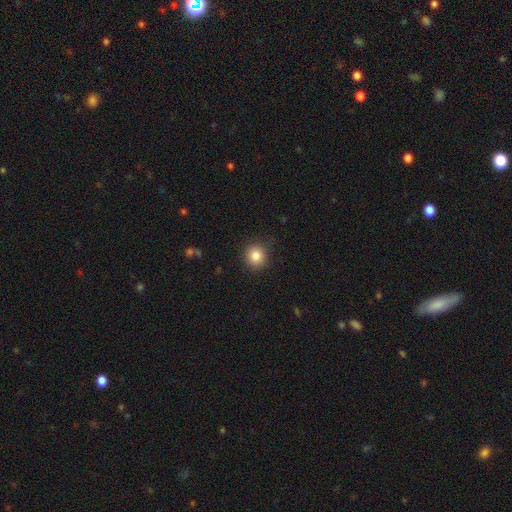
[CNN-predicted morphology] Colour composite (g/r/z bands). It shows a smooth galaxy with no disk features (84%) that is round (90%). Merging: none (88%).